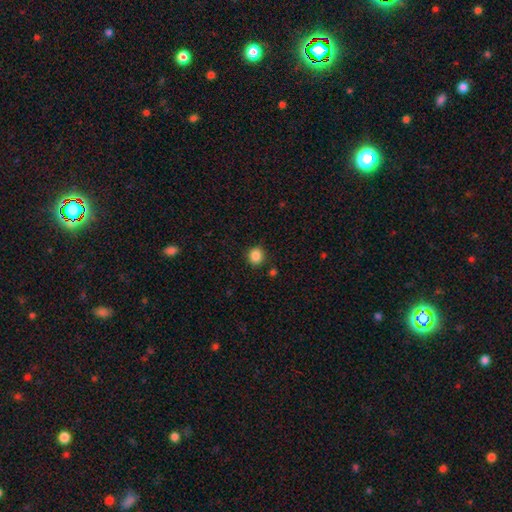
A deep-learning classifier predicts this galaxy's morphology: A smooth galaxy with no disk features (87%) that is round (84%).

Vote fractions:
- Smooth or featured? smooth: 87% / star or artifact: 10% / featured or disk: 3%
- How rounded? round: 84% / in between: 15% / cigar-shaped: 1%
- Merging? none: 88% / minor disturbance: 7% / major disturbance: 2% / merger: 2%